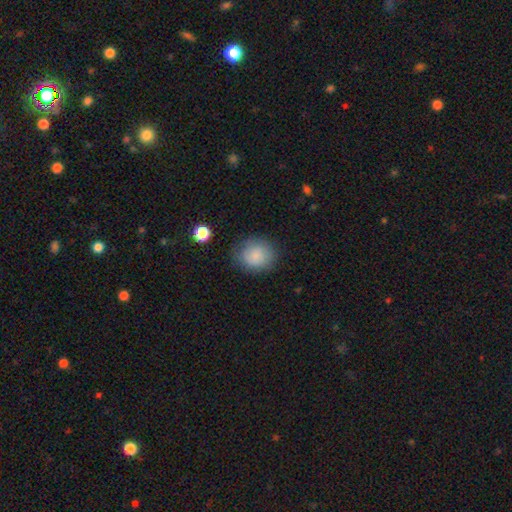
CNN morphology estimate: Smooth or featured: smooth — 84% (featured or disk — 8%)
How rounded: round — 77% (in between — 22%)
Merging: none — 77% (minor disturbance — 16%)